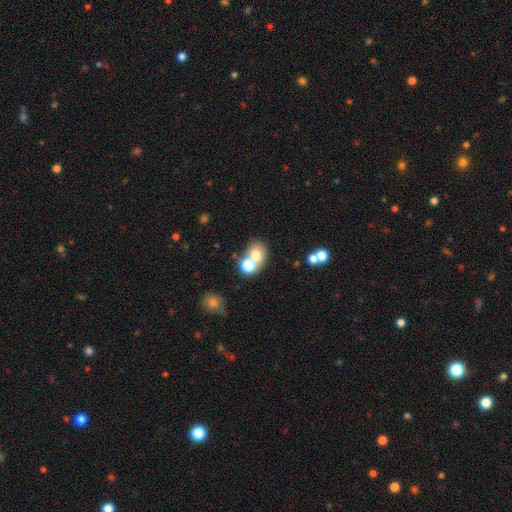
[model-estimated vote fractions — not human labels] A smooth galaxy with no disk features (70%) that is round (53%).

Vote fractions:
- Smooth or featured? smooth: 70% / featured or disk: 17% / star or artifact: 13%
- How rounded? round: 53% / in between: 45% / cigar-shaped: 1%
- Merging? merger: 48% / none: 39% / minor disturbance: 9% / major disturbance: 4%